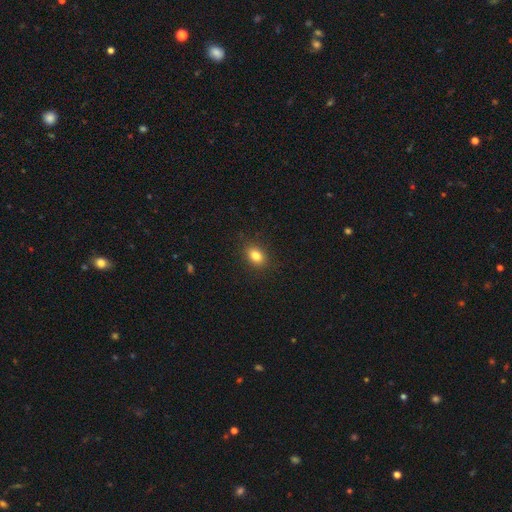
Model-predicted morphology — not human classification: Overall: smooth (83%). How rounded: in between (72%). Merging: none (87%).